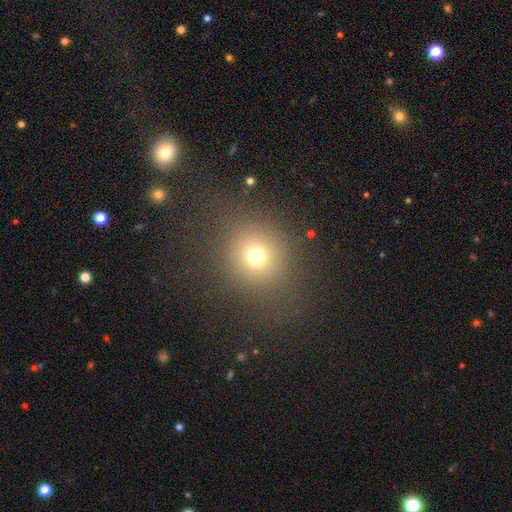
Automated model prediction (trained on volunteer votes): Overall: smooth (72%). How rounded: round (83%). Merging: none (80%).